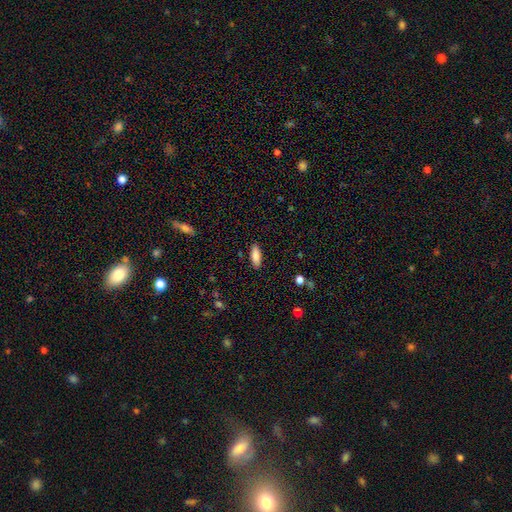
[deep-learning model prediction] Smooth or featured?
  - smooth: 85% *
  - featured or disk: 9%
  - star or artifact: 7%
How rounded?
  - in between: 68% *
  - cigar-shaped: 30%
  - round: 2%
Merging?
  - none: 88% *
  - minor disturbance: 9%
  - major disturbance: 2%
  - merger: 1%